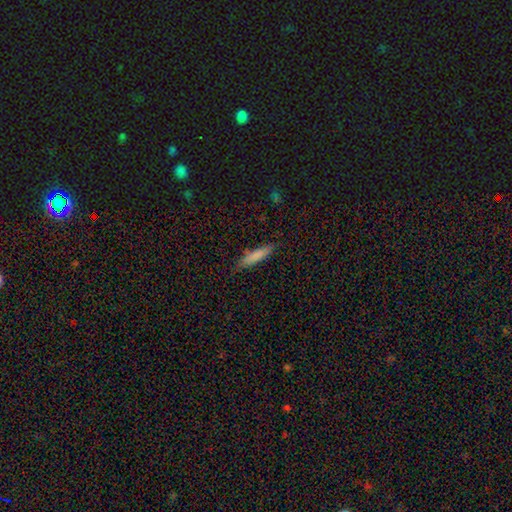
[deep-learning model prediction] Morphology: type=smooth (80%); roundness=cigar-shaped (84%); merging=none (83%).